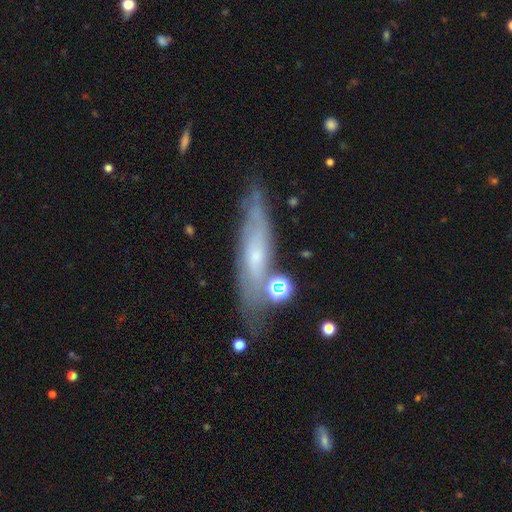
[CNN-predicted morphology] Smooth or featured? featured or disk (63%)
Edge-on disk? no (55%)
Merging? none (67%)